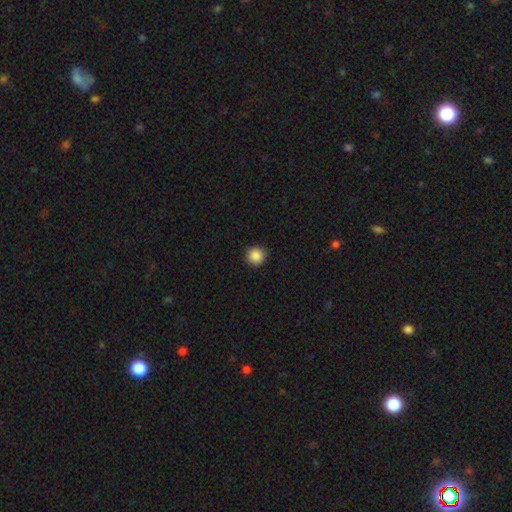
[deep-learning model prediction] A smooth galaxy with no disk features (88%) that is round (95%). Merging: none (92%).